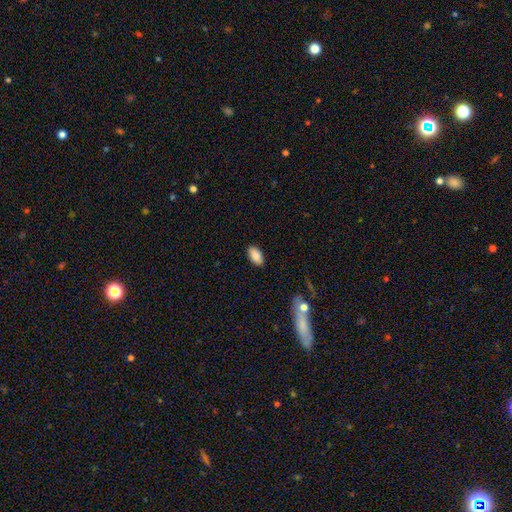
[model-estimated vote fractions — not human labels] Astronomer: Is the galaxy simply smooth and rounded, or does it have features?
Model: smooth — 87%.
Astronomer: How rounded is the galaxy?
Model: in between — 94%.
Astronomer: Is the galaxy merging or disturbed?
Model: none — 88%.